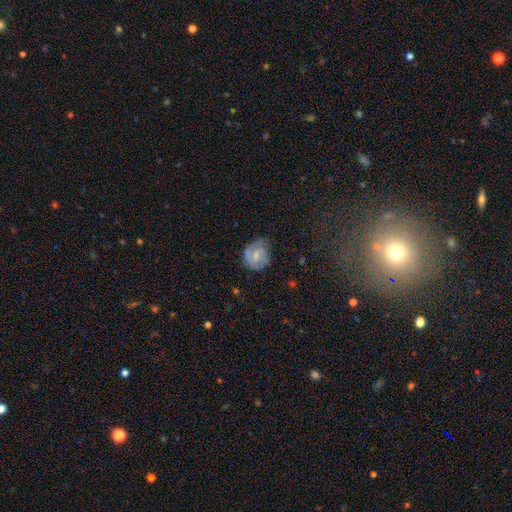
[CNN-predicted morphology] Overall: featured or disk (56%; smooth 36%). Edge-on disk: no (97%). Bar: weak (53%; no 33%). Spiral arms: yes (77%). Bulge size: small (49%; moderate 36%). Merging: none (58%; minor disturbance 28%).